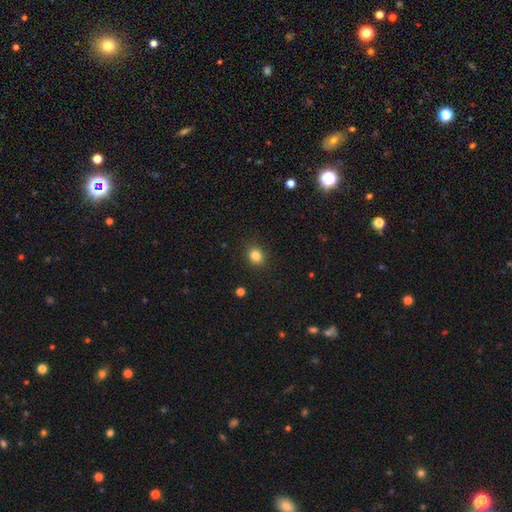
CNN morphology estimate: Q: Smooth or featured?
A: smooth (83%); runner-up: star or artifact (12%)
Q: How rounded?
A: round (69%); runner-up: in between (30%)
Q: Merging?
A: none (89%); runner-up: minor disturbance (7%)